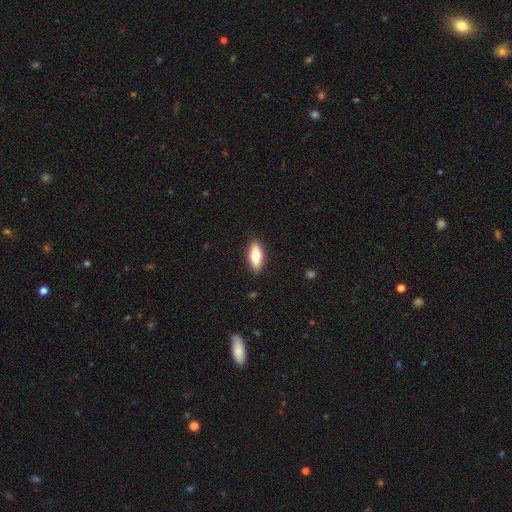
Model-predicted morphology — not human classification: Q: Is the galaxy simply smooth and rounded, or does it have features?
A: smooth — 66%.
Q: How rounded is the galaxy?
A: in between — 72%.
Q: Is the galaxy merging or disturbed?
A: none — 89%.